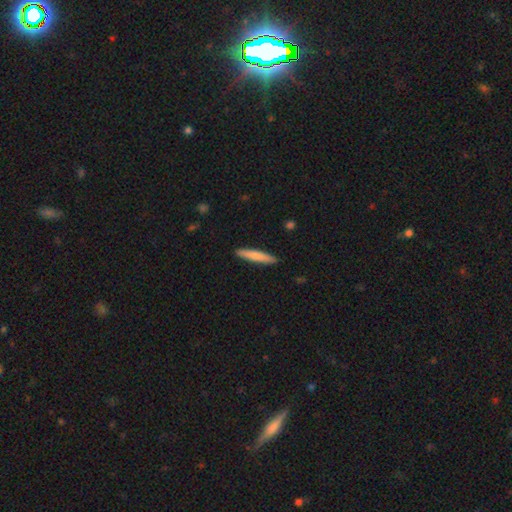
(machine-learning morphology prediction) type=smooth (76%); roundness=cigar-shaped (92%); merging=none (90%).